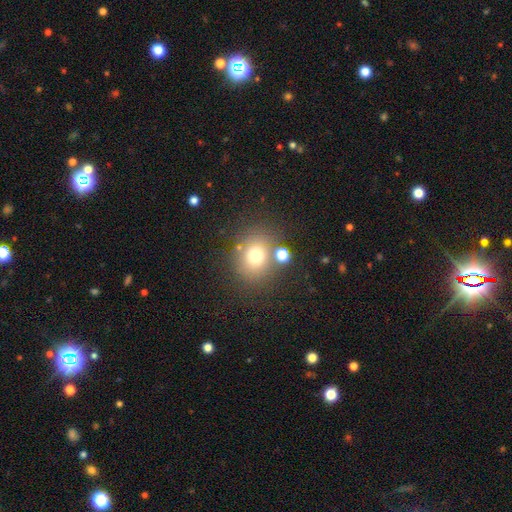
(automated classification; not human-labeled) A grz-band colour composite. It shows a smooth galaxy with no disk features (71%) that is round (73%). Merging: none (71%).